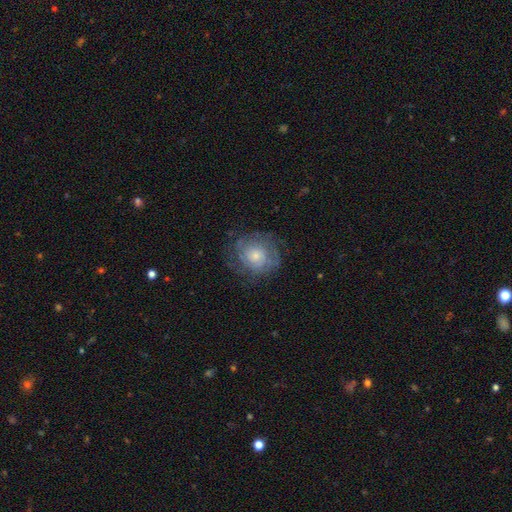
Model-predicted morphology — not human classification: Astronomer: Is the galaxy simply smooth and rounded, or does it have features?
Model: featured or disk — 58% (runner-up: smooth, 34%).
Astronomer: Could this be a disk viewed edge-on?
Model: no — 97%.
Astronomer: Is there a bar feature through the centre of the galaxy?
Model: no — 83%.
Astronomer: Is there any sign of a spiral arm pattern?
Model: yes — 73%.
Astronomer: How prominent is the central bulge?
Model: small — 53% (runner-up: moderate, 36%).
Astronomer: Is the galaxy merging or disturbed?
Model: none — 69%.